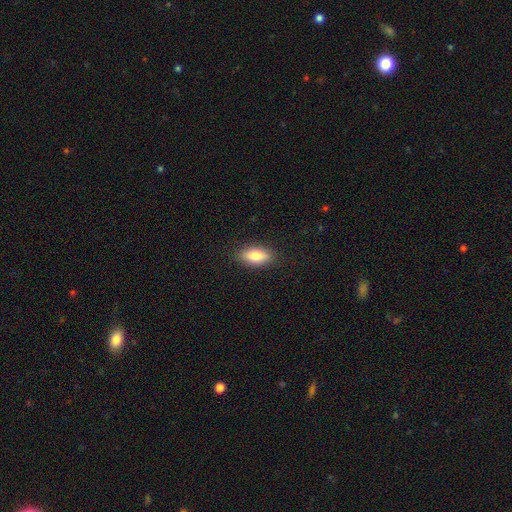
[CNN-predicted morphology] smooth 78%, featured or disk 15%, star or artifact 7%. Down the decision tree: how rounded — in between (80%); merging — none (87%).